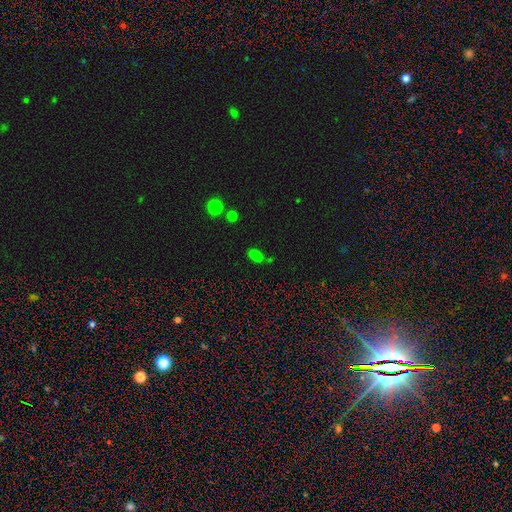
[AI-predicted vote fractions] Smooth or featured? Predicted: smooth (p=0.68). How rounded? Predicted: in between (p=0.87). Merging? Predicted: none (p=0.61).